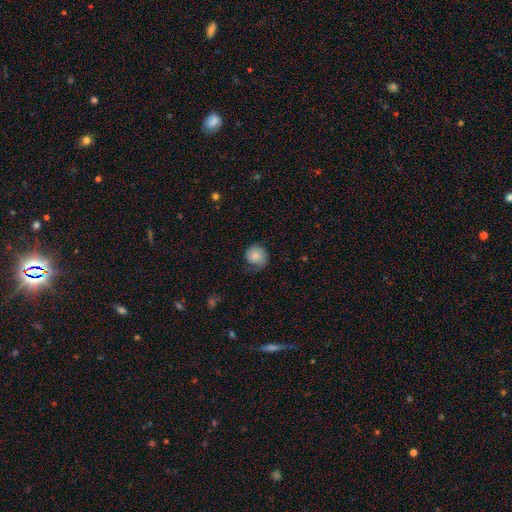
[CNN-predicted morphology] Smooth or featured? smooth (81%)
How rounded? round (84%)
Merging? none (62%)